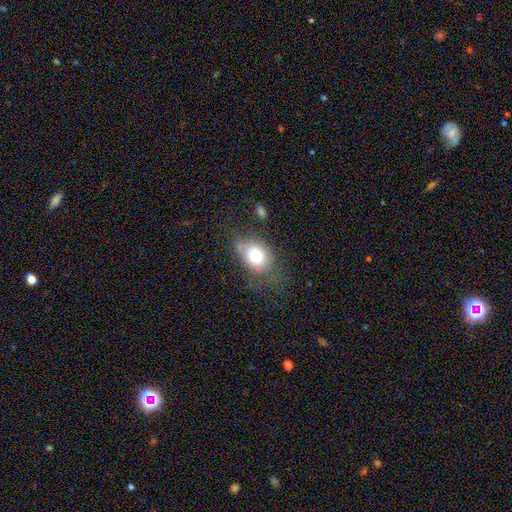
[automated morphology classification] A smooth galaxy with no disk features (72%) that is in between round and cigar-shaped (69%).

Vote fractions:
- Smooth or featured? smooth: 72% / featured or disk: 18% / star or artifact: 10%
- How rounded? in between: 69% / round: 30% / cigar-shaped: 1%
- Merging? none: 53% / minor disturbance: 27% / major disturbance: 17% / merger: 3%